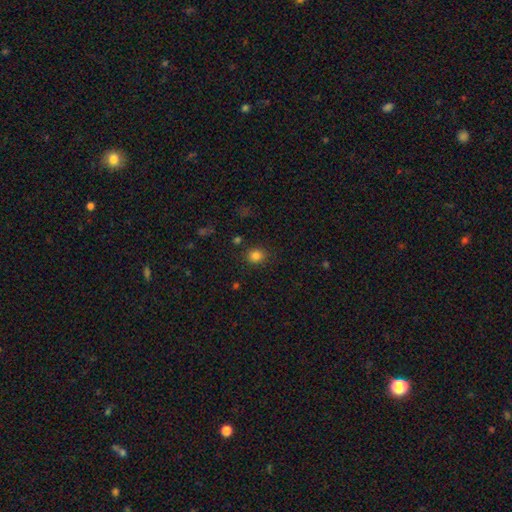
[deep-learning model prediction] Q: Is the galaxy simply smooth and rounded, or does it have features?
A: smooth — 83%.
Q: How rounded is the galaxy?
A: round — 72%.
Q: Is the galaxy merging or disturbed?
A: none — 84%.